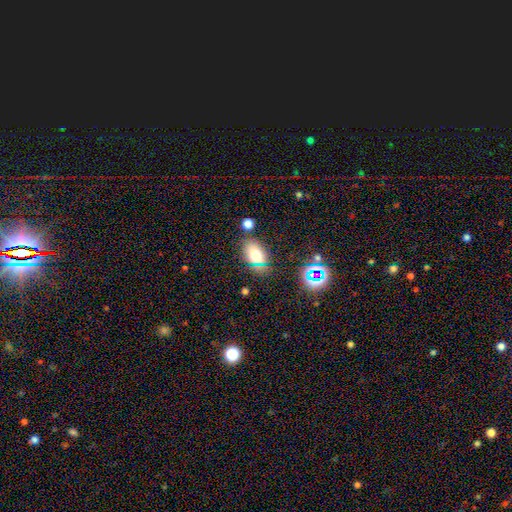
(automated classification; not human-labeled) This appears to be a smooth galaxy with no disk features (67%) that is in between round and cigar-shaped (83%). Merging: none (76%).